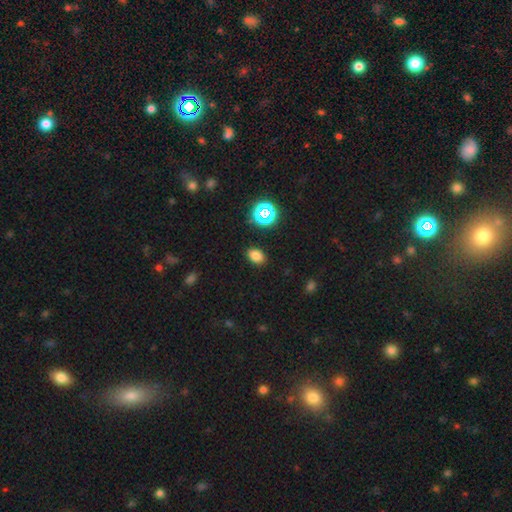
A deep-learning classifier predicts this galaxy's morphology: This appears to be a smooth galaxy with no disk features (77%) that is in between round and cigar-shaped (79%). Merging: none (87%).